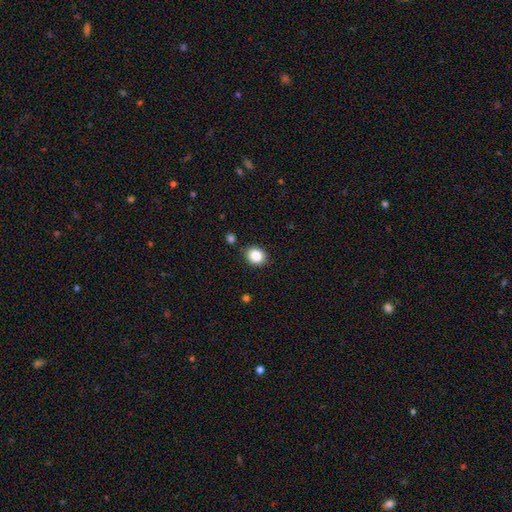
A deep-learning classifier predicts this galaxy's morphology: smooth_or_featured: smooth (p=0.86) [alt: star or artifact p=0.09]
how_rounded: round (p=0.63) [alt: in between p=0.36]
merging: none (p=0.85) [alt: minor disturbance p=0.10]